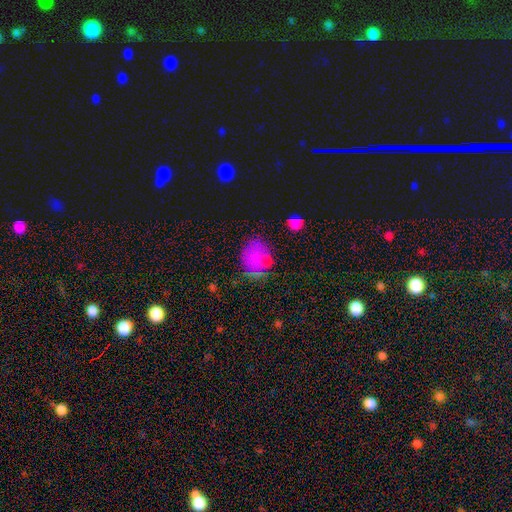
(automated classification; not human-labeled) Smooth or featured?
  - smooth: 62% *
  - featured or disk: 21%
  - star or artifact: 17%
How rounded?
  - in between: 52% *
  - round: 46%
  - cigar-shaped: 1%
Merging?
  - none: 54% *
  - minor disturbance: 23%
  - merger: 12%
  - major disturbance: 12%